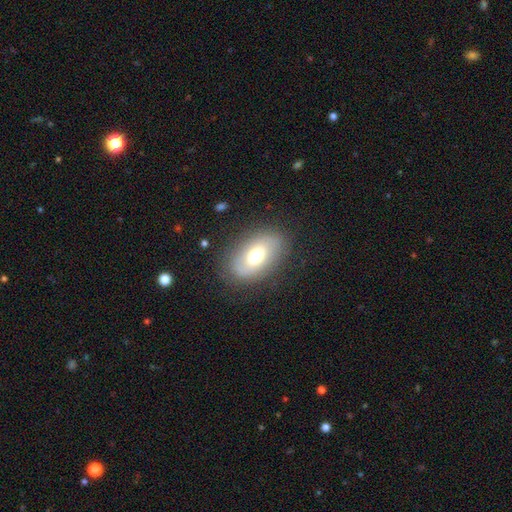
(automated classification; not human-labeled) Q: Smooth or featured?
A: smooth (60%); runner-up: featured or disk (31%)
Q: How rounded?
A: in between (90%); runner-up: round (8%)
Q: Merging?
A: none (81%); runner-up: minor disturbance (13%)